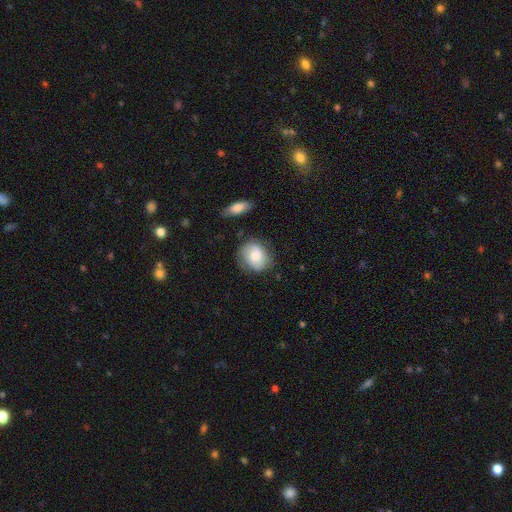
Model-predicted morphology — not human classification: Smooth or featured? Predicted: smooth (p=0.69). How rounded? Predicted: round (p=0.67). Merging? Predicted: none (p=0.69).